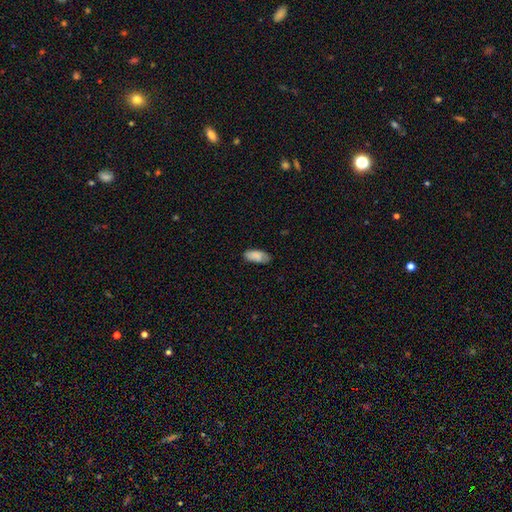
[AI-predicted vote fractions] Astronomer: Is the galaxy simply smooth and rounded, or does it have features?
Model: smooth — 84%.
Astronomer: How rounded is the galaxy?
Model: in between — 88%.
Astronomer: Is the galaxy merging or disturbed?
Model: none — 77%.